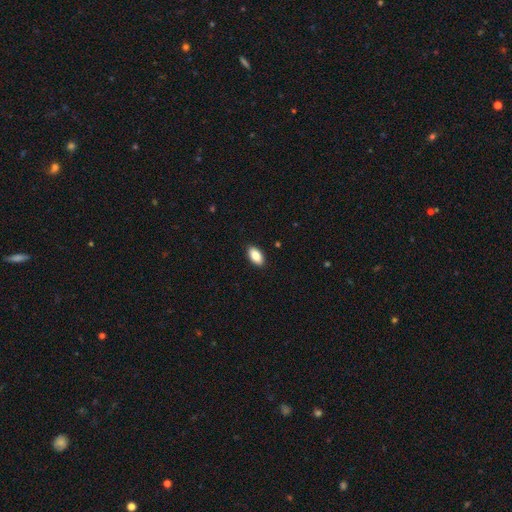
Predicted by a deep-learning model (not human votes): The model was most divided on "smooth or featured": smooth: 86%, featured or disk: 8%, star or artifact: 7%. More confident: how rounded — in between (93%); merging — none (90%).